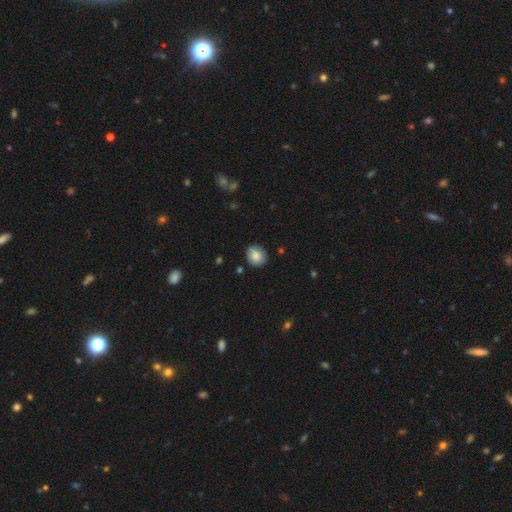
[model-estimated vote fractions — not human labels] A smooth galaxy with no disk features (84%) that is round (74%). Merging: none (85%).